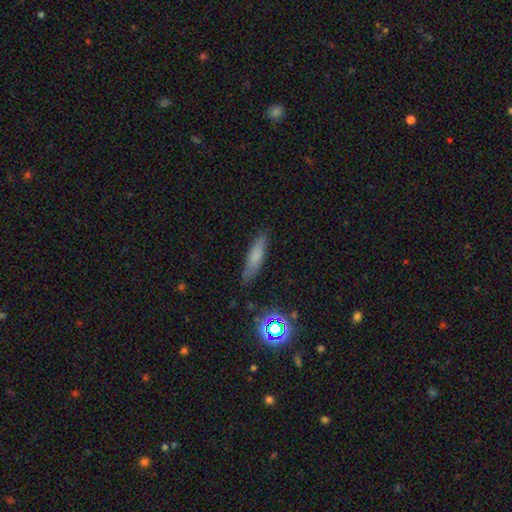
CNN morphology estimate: Smooth or featured: smooth — 69% (featured or disk — 19%)
How rounded: cigar-shaped — 73% (in between — 24%)
Merging: none — 82% (minor disturbance — 14%)